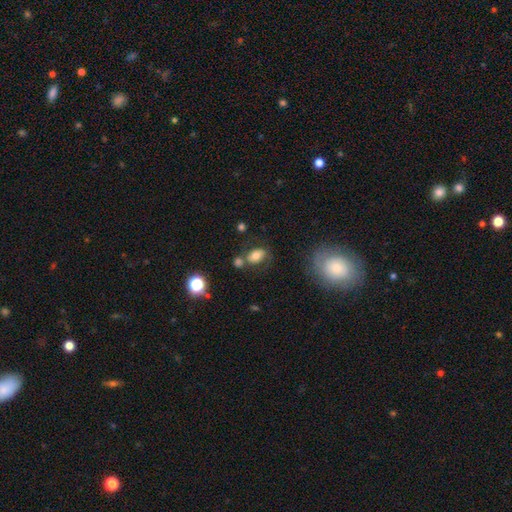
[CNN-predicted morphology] smooth 71%, featured or disk 17%, star or artifact 12%. Down the decision tree: how rounded — in between (79%); merging — none (56%).